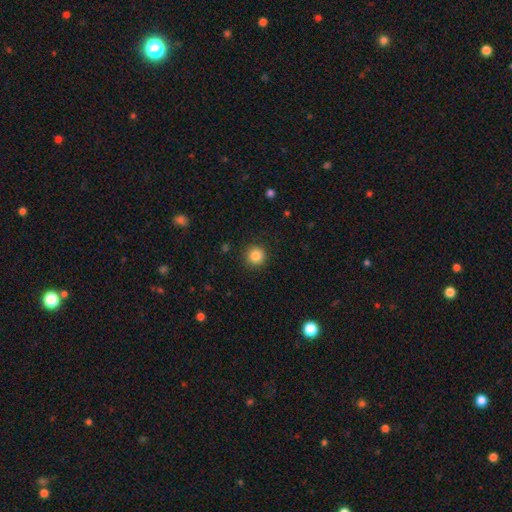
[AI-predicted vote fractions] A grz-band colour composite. It shows a smooth galaxy with no disk features (85%) that is round (95%). Merging: none (91%).